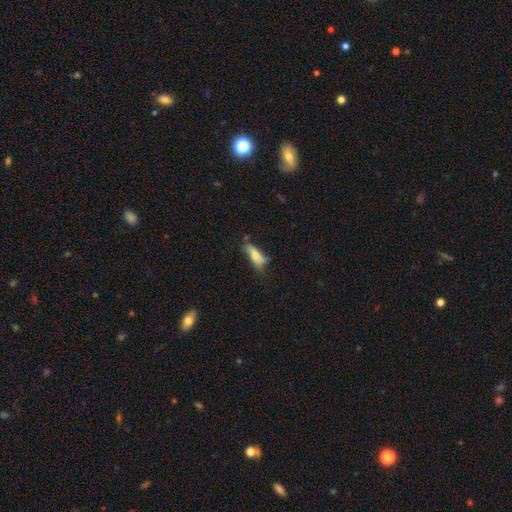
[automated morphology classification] smooth_or_featured: smooth (p=0.70) [alt: featured or disk p=0.21]
how_rounded: in between (p=0.59) [alt: cigar-shaped p=0.39]
merging: none (p=0.43) [alt: minor disturbance p=0.32]